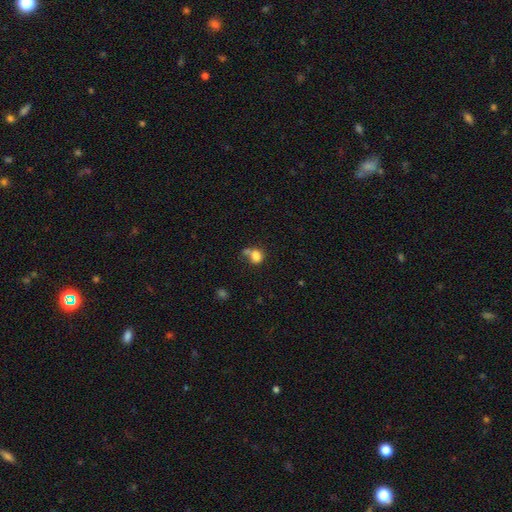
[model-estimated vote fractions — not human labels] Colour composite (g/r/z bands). It shows a smooth galaxy with no disk features (79%) that is in between round and cigar-shaped (53%). Merging: merger (40%).